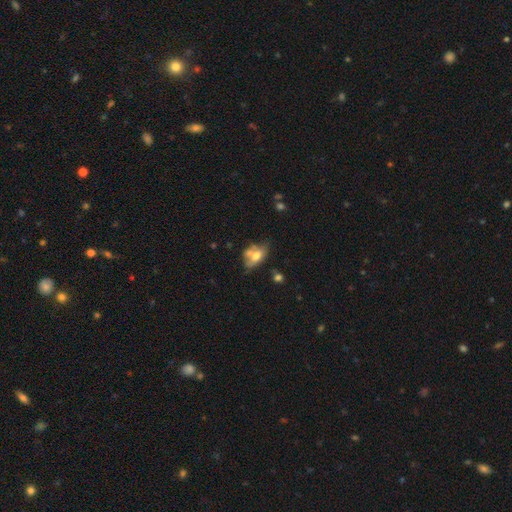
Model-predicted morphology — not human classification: Q: Smooth or featured?
A: smooth (56%); runner-up: featured or disk (35%)
Q: How rounded?
A: in between (85%); runner-up: round (10%)
Q: Merging?
A: none (39%); runner-up: merger (31%)